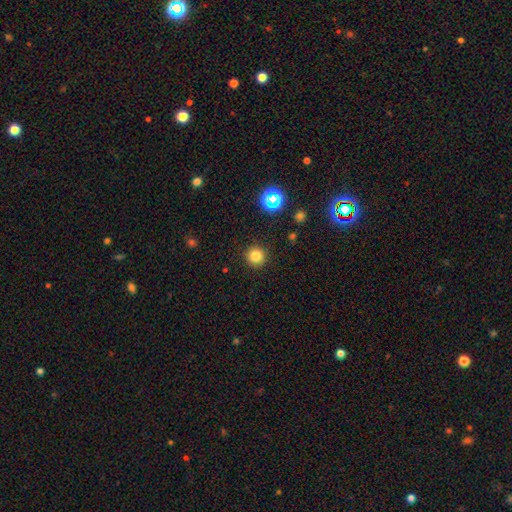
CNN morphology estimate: A smooth galaxy with no disk features (80%) that is round (95%).

Vote fractions:
- Smooth or featured? smooth: 80% / star or artifact: 15% / featured or disk: 5%
- How rounded? round: 95% / in between: 4% / cigar-shaped: 1%
- Merging? none: 91% / minor disturbance: 5% / major disturbance: 2% / merger: 1%